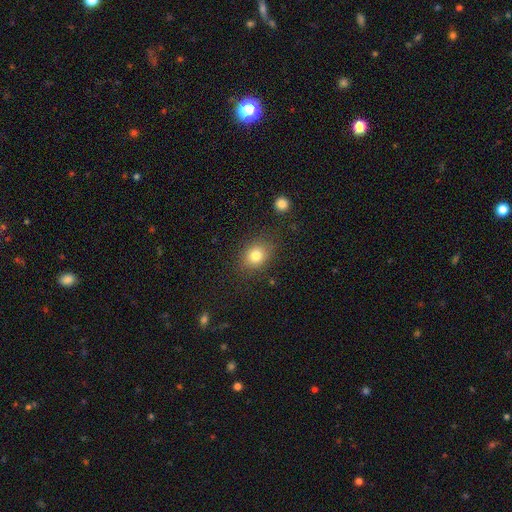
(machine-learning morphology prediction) Smooth or featured? smooth (80%)
How rounded? round (56%)
Merging? none (81%)